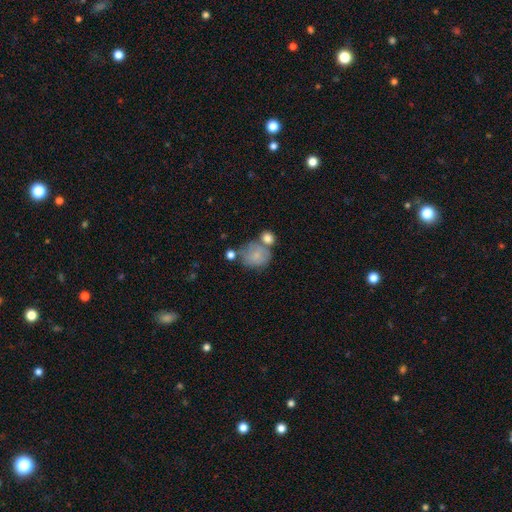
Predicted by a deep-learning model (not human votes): Smooth or featured: smooth — 71% (featured or disk — 20%)
How rounded: round — 71% (in between — 28%)
Merging: none — 40% (merger — 30%)